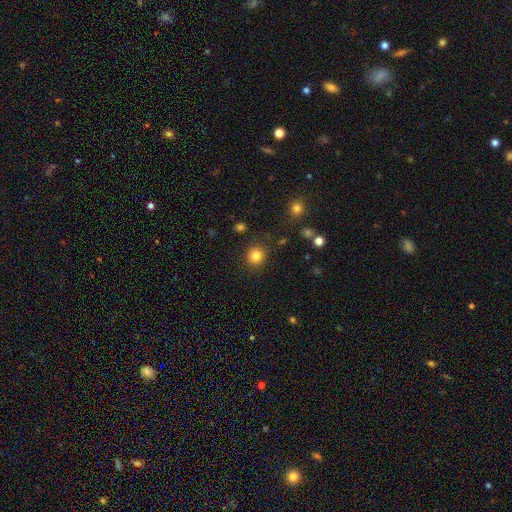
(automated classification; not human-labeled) Overall: smooth (84%). How rounded: round (90%). Merging: none (87%).